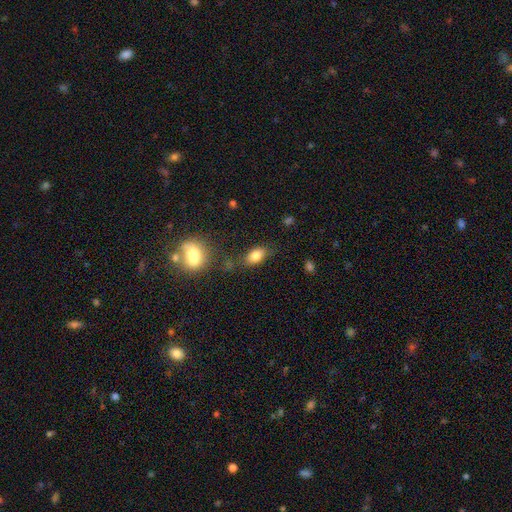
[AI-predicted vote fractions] A smooth galaxy with no disk features (82%) that is in between round and cigar-shaped (88%).

Vote fractions:
- Smooth or featured? smooth: 82% / star or artifact: 9% / featured or disk: 9%
- How rounded? in between: 88% / round: 9% / cigar-shaped: 3%
- Merging? none: 74% / minor disturbance: 16% / merger: 6% / major disturbance: 5%